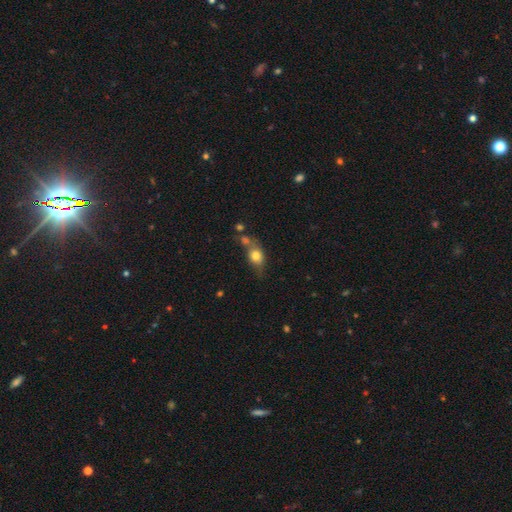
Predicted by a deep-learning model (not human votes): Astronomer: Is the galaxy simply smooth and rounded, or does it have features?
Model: smooth — 75%.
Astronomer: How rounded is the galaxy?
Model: in between — 59% (runner-up: round, 37%).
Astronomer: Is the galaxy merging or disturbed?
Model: none — 39% (runner-up: merger, 31%).